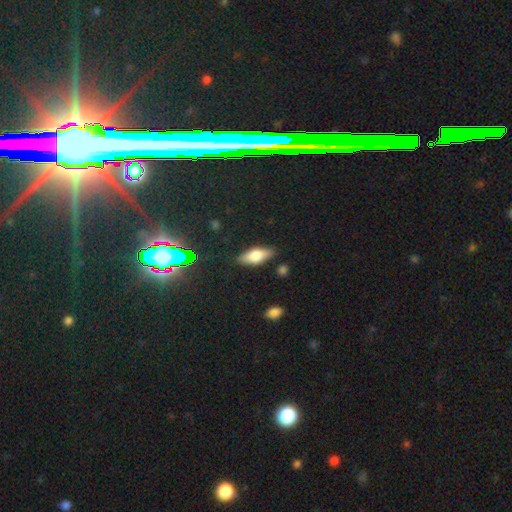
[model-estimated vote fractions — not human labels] Q: Smooth or featured?
A: smooth (63%); runner-up: featured or disk (28%)
Q: How rounded?
A: in between (72%); runner-up: cigar-shaped (24%)
Q: Merging?
A: none (83%); runner-up: minor disturbance (12%)